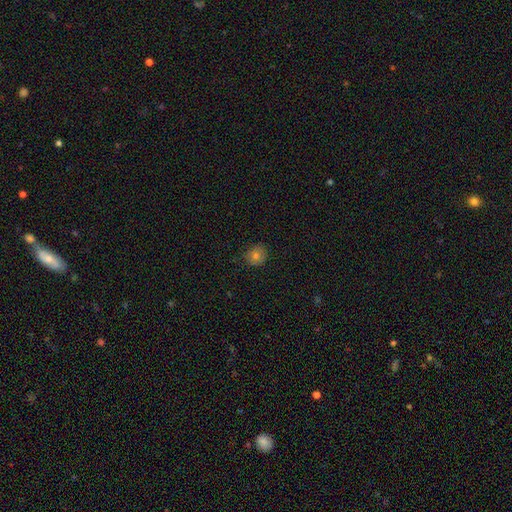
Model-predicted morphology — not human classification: Smooth or featured: smooth — 75% (star or artifact — 13%)
How rounded: round — 78% (in between — 21%)
Merging: none — 83% (minor disturbance — 13%)